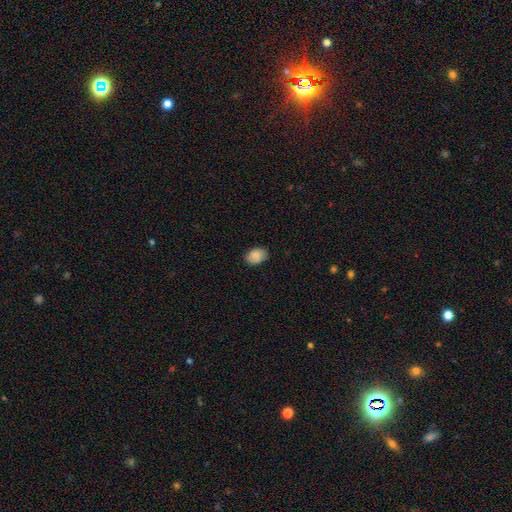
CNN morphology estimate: This is clearly a smooth galaxy (87%). How rounded: likely in between (72%). Merging: clearly none (81%).